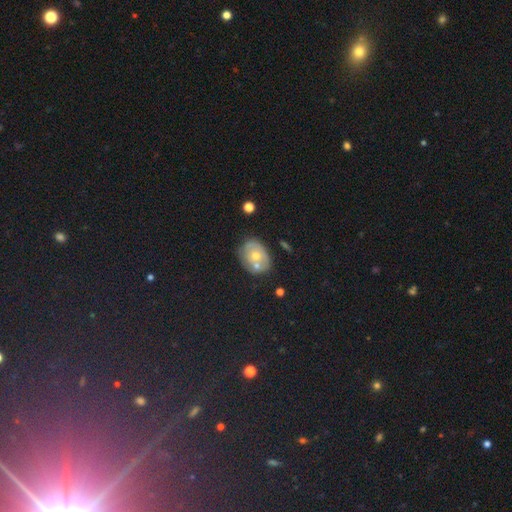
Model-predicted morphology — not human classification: Smooth or featured? smooth (45%)
Merging? none (61%)